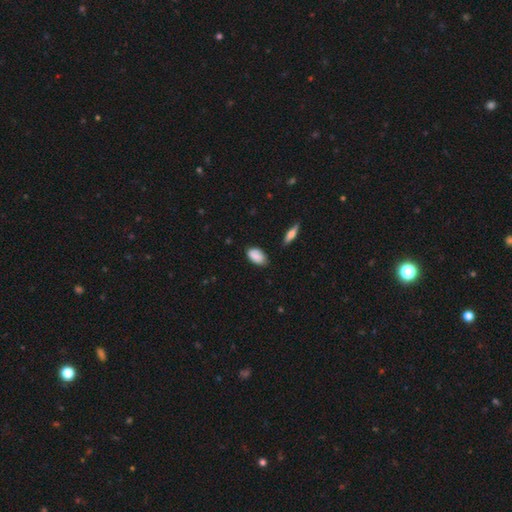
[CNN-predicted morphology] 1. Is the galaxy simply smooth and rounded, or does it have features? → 82% smooth, 11% featured or disk, 7% star or artifact.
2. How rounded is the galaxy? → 92% in between, 5% round, 2% cigar-shaped.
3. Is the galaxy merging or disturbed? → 72% none, 23% minor disturbance, 3% major disturbance, 2% merger.